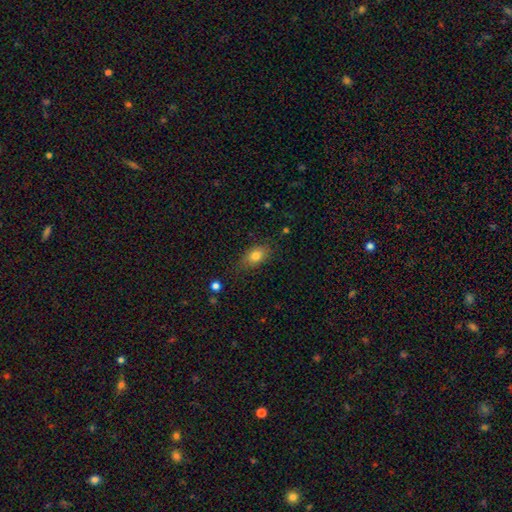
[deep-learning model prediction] A smooth galaxy with no disk features (79%) that is in between round and cigar-shaped (78%). Merging: none (74%).